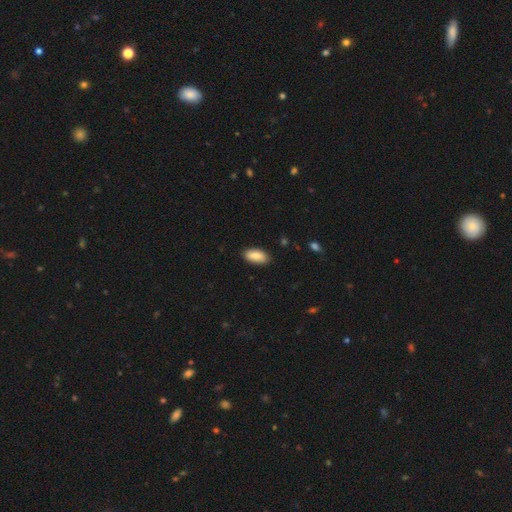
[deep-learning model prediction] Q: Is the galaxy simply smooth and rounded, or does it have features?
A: smooth — 86%.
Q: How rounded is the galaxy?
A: in between — 92%.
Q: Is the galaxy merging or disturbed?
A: none — 88%.